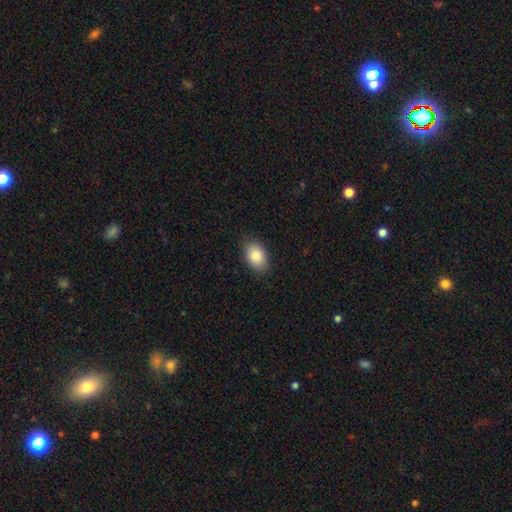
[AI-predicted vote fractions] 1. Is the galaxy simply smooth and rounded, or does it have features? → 88% smooth, 7% star or artifact, 5% featured or disk.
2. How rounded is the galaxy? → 89% in between, 10% round, 1% cigar-shaped.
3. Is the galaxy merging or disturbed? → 85% none, 12% minor disturbance, 3% major disturbance, 1% merger.